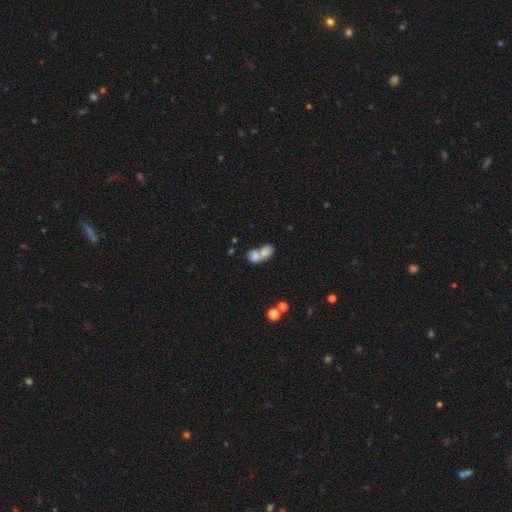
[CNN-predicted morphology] smooth 75%, featured or disk 16%, star or artifact 10%. Down the decision tree: how rounded — in between (68%); merging — merger (72%).